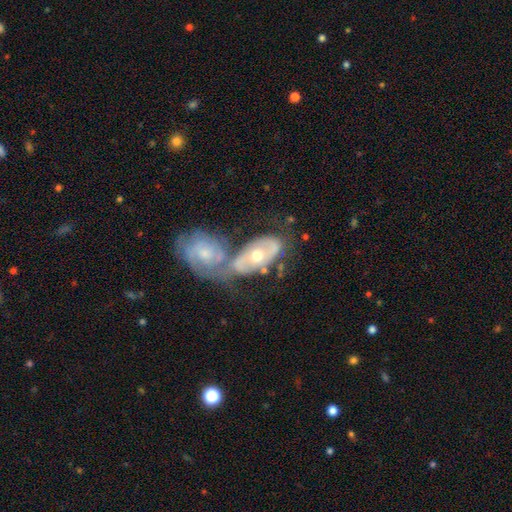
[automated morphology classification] This appears to be a featured or disk galaxy (75%) with no bar (73%), 2 (52%) tight (61%) spiral arms (80%) and a moderate central bulge (63%). Merging: merger (55%).